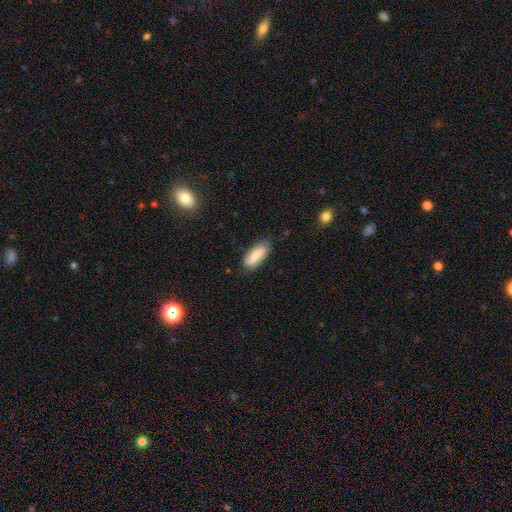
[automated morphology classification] smooth-or-featured: smooth: 73% | featured or disk: 20% | star or artifact: 7%
  how-rounded: in between: 71% | cigar-shaped: 27% | round: 2%
  merging: none: 76% | minor disturbance: 19% | major disturbance: 4% | merger: 2%